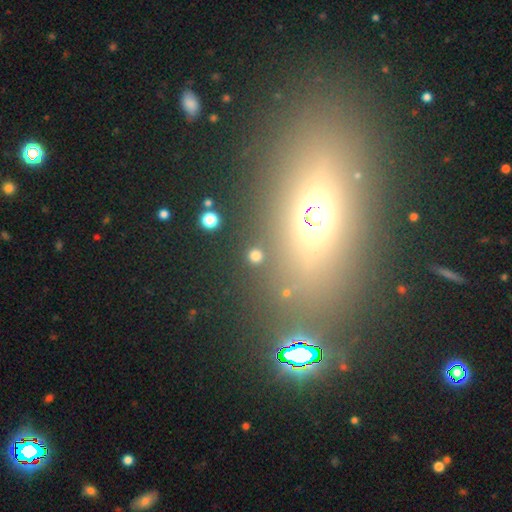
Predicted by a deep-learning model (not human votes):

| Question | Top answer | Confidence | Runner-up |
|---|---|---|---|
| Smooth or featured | smooth | 71% | star or artifact (24%) |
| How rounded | round | 89% | in between (9%) |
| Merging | none | 88% | minor disturbance (6%) |